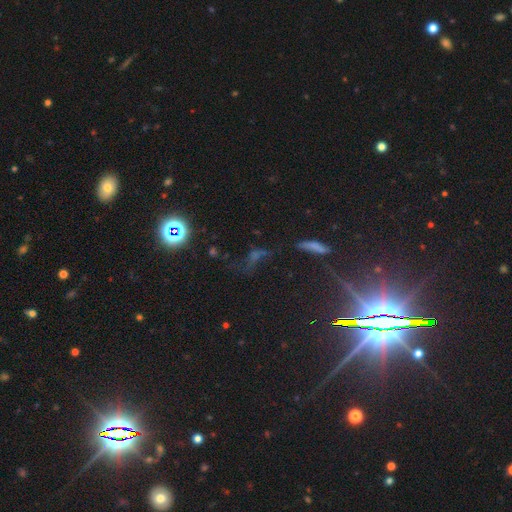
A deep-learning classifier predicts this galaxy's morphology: A star or artifact, not a galaxy (53%).